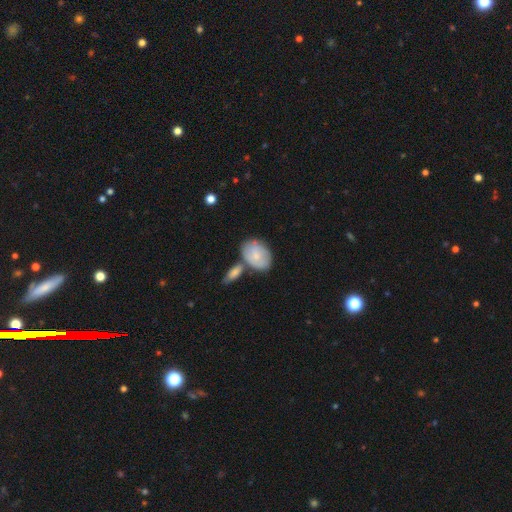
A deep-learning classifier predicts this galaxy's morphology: Smooth or featured? smooth (69%)
How rounded? in between (83%)
Merging? none (49%)